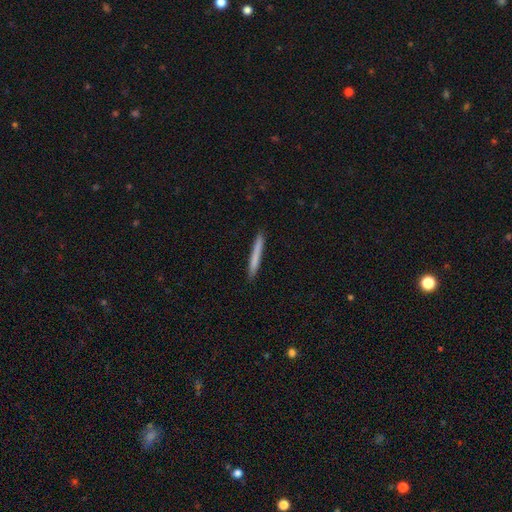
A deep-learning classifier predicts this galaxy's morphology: A smooth galaxy with no disk features (74%) that is cigar-shaped (97%).

Vote fractions:
- Smooth or featured? smooth: 74% / featured or disk: 21% / star or artifact: 6%
- How rounded? cigar-shaped: 97% / in between: 2% / round: 1%
- Merging? none: 91% / minor disturbance: 6% / major disturbance: 1% / merger: 1%